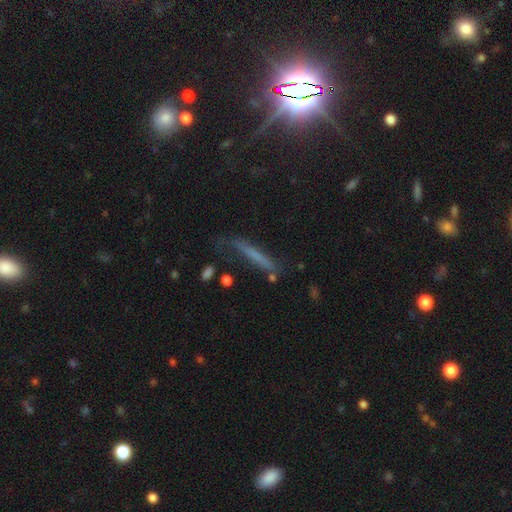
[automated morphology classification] Smooth or featured? Predicted: smooth (p=0.54). How rounded? Predicted: cigar-shaped (p=0.93). Merging? Predicted: none (p=0.66).